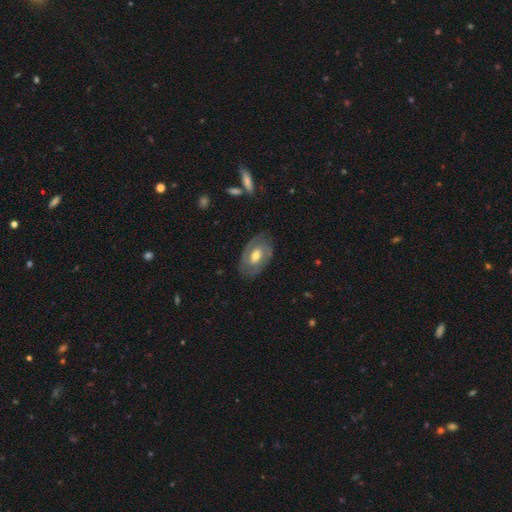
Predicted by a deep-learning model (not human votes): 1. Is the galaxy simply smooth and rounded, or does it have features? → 68% featured or disk, 26% smooth, 6% star or artifact.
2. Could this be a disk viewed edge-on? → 94% no, 6% yes.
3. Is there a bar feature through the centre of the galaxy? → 44% weak, 41% no, 15% strong.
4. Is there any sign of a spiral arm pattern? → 74% yes, 26% no.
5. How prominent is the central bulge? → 69% moderate, 20% small, 9% large, 1% none, 1% dominant.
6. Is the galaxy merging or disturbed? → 77% none, 16% minor disturbance, 6% major disturbance, 1% merger.